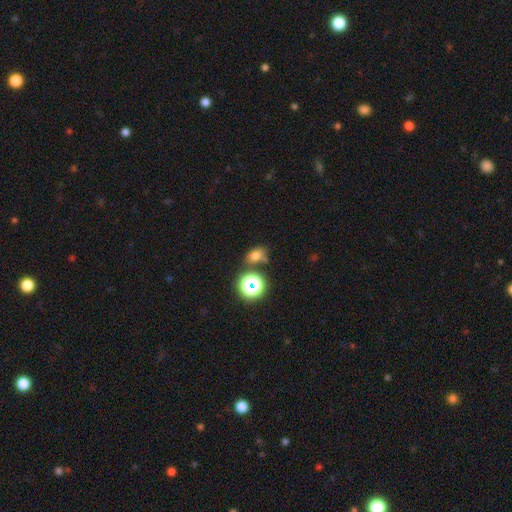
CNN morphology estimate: type=smooth (68%); roundness=in between (62%); merging=none (66%).